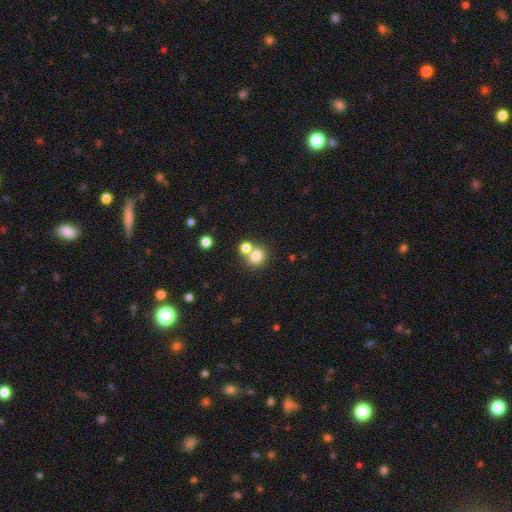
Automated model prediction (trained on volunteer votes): The model was most divided on "merging": none: 54%, merger: 36%, minor disturbance: 7%, major disturbance: 3%. More confident: how rounded — round (83%); smooth or featured — smooth (79%).